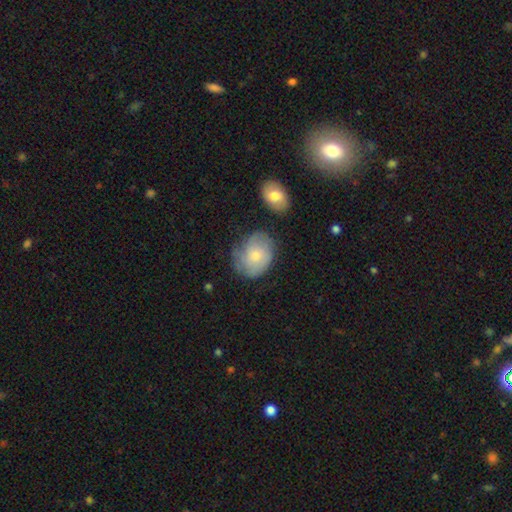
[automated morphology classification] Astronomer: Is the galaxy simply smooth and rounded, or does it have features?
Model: smooth — 58% (runner-up: featured or disk, 35%).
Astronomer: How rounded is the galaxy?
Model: in between — 52% (runner-up: round, 47%).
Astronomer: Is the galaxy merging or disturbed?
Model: none — 60%.